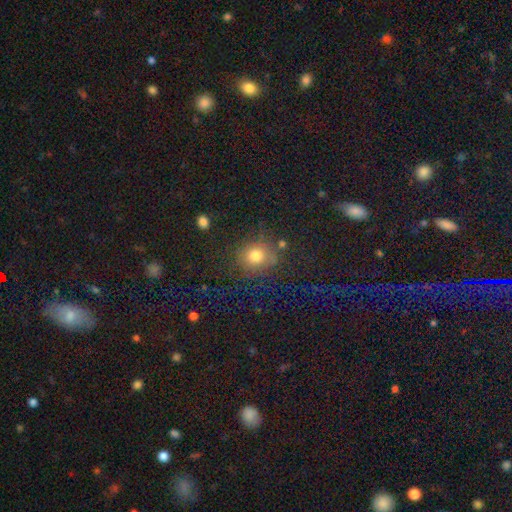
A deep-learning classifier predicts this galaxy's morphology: Smooth or featured? smooth (75%)
How rounded? round (77%)
Merging? none (78%)